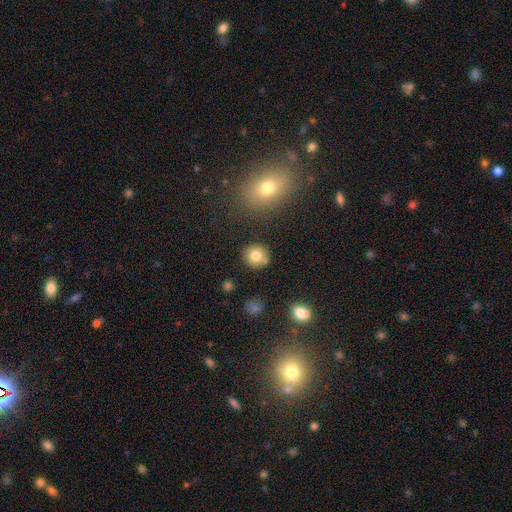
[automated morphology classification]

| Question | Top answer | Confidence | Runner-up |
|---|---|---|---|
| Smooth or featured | smooth | 79% | star or artifact (11%) |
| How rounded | round | 90% | in between (9%) |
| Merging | none | 81% | minor disturbance (10%) |